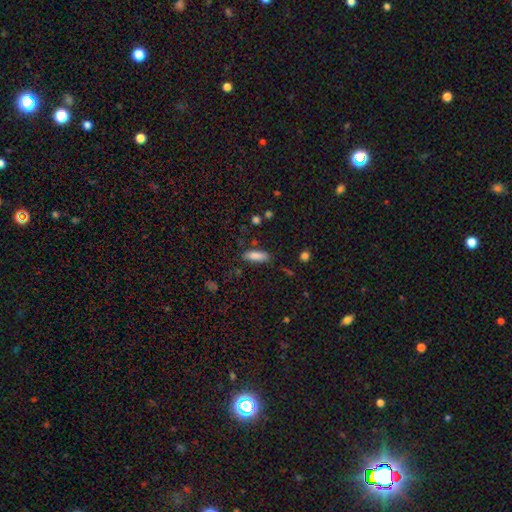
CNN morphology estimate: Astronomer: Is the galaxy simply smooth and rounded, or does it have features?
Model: smooth — 85%.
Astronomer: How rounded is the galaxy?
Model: in between — 61% (runner-up: cigar-shaped, 38%).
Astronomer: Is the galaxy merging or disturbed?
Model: none — 80%.